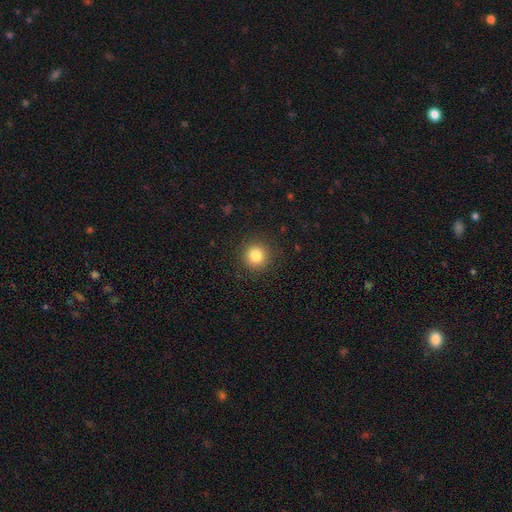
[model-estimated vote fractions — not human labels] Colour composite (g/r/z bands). It shows a smooth galaxy with no disk features (82%) that is round (93%). Merging: none (90%).